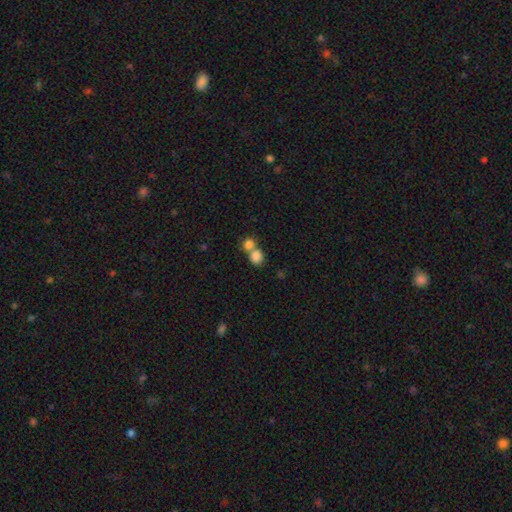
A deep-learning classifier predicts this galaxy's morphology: smooth 83%, star or artifact 10%, featured or disk 8%. Down the decision tree: how rounded — round (73%); merging — merger (55%).